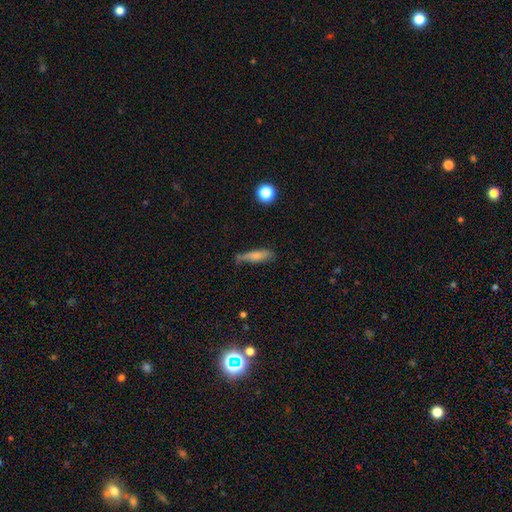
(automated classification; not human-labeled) This appears to be a smooth galaxy with no disk features (74%) that is cigar-shaped (65%). Merging: none (57%).